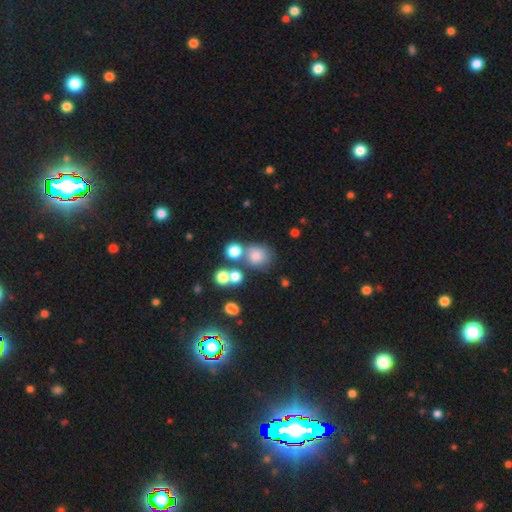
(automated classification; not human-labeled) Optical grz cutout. It shows a smooth galaxy with no disk features (72%) that is round (79%). Merging: none (55%).